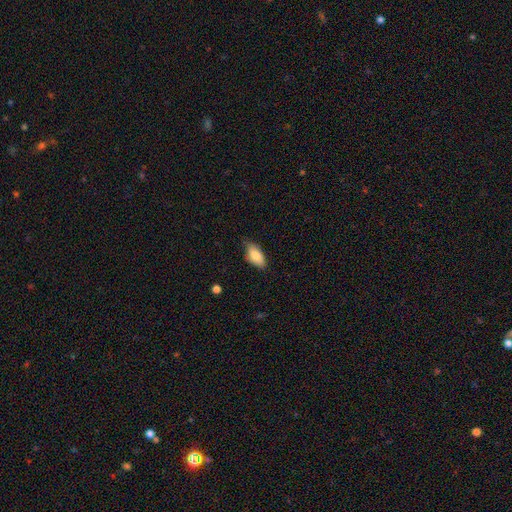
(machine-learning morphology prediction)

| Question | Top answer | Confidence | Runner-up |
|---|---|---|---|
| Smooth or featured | smooth | 85% | featured or disk (8%) |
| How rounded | in between | 91% | cigar-shaped (6%) |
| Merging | none | 69% | minor disturbance (26%) |